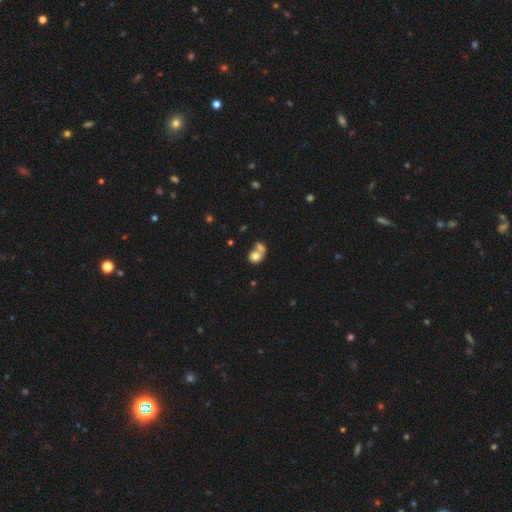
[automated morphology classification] The model was most divided on "how rounded": round: 62%, in between: 36%, cigar-shaped: 1%. More confident: smooth or featured — smooth (75%); merging — merger (63%).